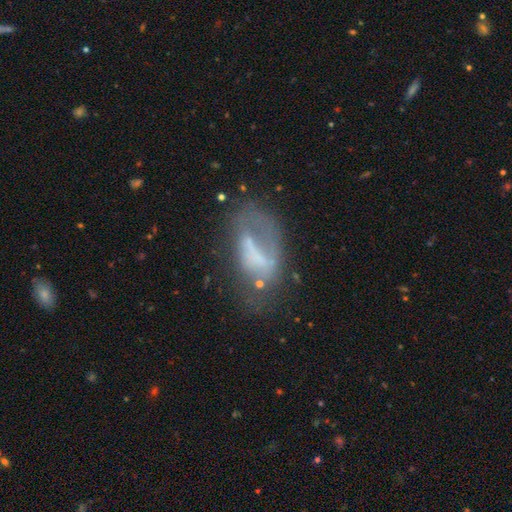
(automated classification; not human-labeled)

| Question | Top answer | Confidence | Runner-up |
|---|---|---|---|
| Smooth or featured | featured or disk | 50% | smooth (38%) |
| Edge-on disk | no | 92% | yes (8%) |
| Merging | major disturbance | 36% | none (34%) |